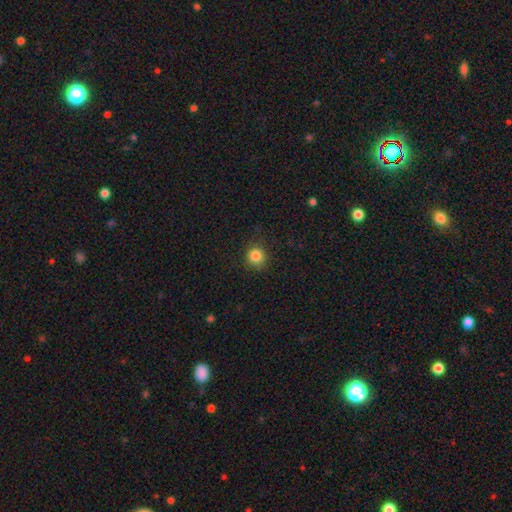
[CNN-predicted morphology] This is clearly a smooth galaxy (85%). How rounded: clearly round (89%). Merging: clearly none (85%).